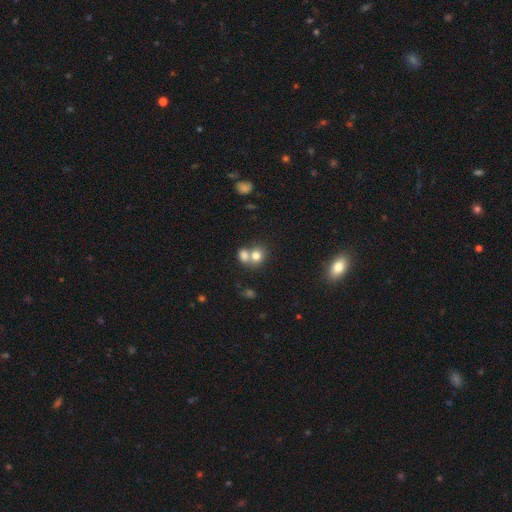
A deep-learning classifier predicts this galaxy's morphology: Smooth or featured: smooth — 76% (featured or disk — 13%)
How rounded: round — 68% (in between — 31%)
Merging: merger — 56% (none — 34%)